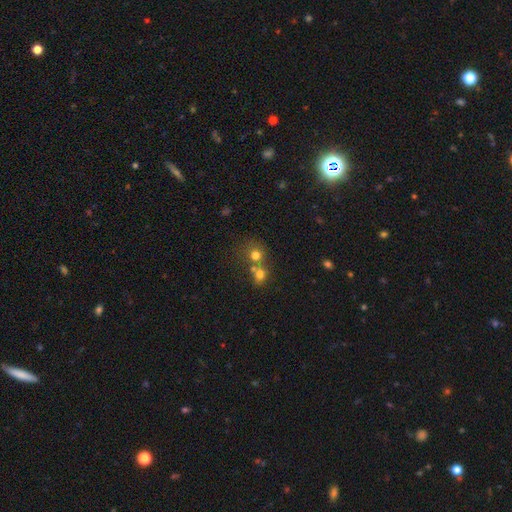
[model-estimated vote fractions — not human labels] Smooth or featured? Predicted: smooth (p=0.71). How rounded? Predicted: round (p=0.83). Merging? Predicted: merger (p=0.46).